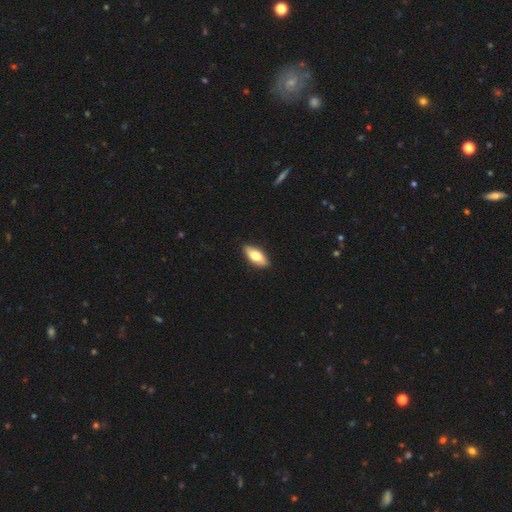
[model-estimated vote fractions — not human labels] A smooth galaxy with no disk features (71%) that is in between round and cigar-shaped (81%).

Vote fractions:
- Smooth or featured? smooth: 71% / featured or disk: 23% / star or artifact: 5%
- How rounded? in between: 81% / cigar-shaped: 17% / round: 3%
- Merging? none: 89% / minor disturbance: 9% / major disturbance: 2% / merger: 1%